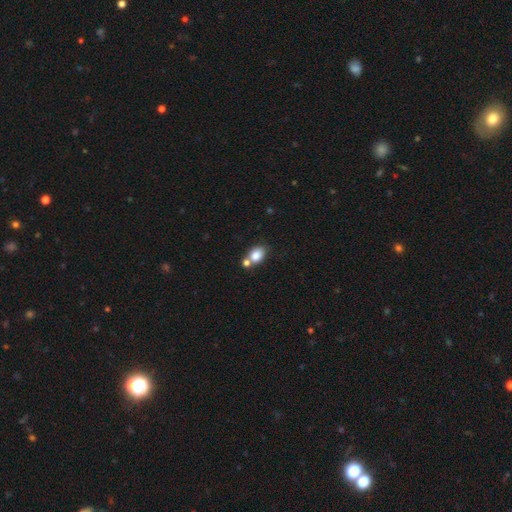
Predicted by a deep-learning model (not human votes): Q: Smooth or featured?
A: smooth (81%); runner-up: featured or disk (9%)
Q: How rounded?
A: in between (66%); runner-up: round (32%)
Q: Merging?
A: none (52%); runner-up: merger (33%)